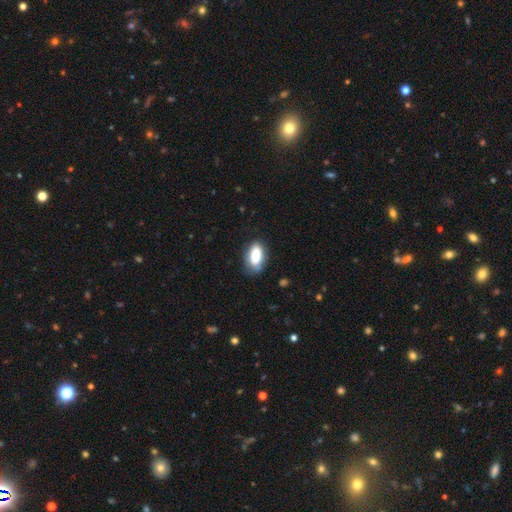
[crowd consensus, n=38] Smooth or featured? 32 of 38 (84%) said smooth. How rounded? 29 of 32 (91%) said in between. Merging? 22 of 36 (61%) said none.